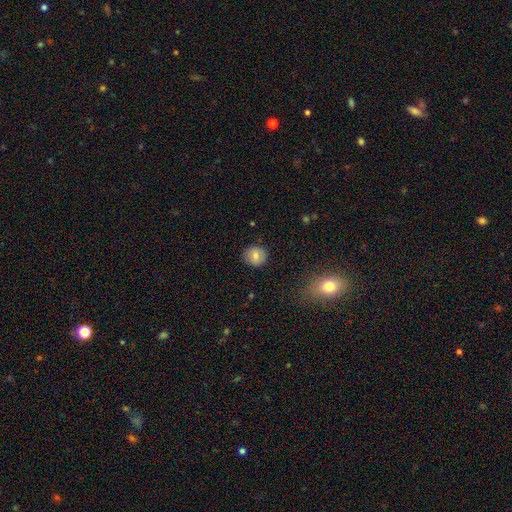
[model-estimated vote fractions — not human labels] This appears to be a smooth galaxy with no disk features (78%) that is round (84%). Merging: none (86%).